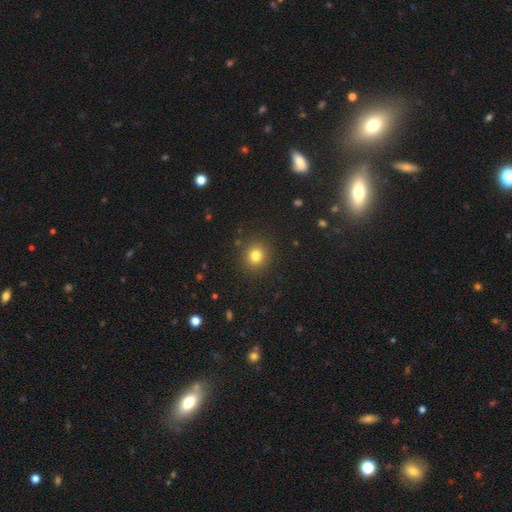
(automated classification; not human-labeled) A smooth galaxy with no disk features (80%) that is round (83%). Merging: none (89%).